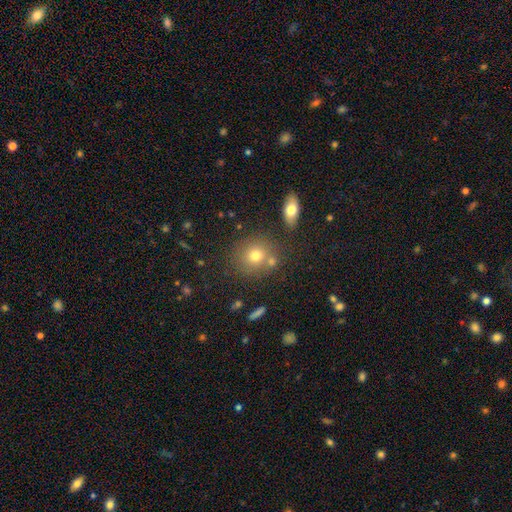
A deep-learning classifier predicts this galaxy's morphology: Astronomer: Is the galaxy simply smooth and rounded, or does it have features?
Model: smooth — 72%.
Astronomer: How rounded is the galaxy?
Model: round — 81%.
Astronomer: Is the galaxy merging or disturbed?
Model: none — 71%.